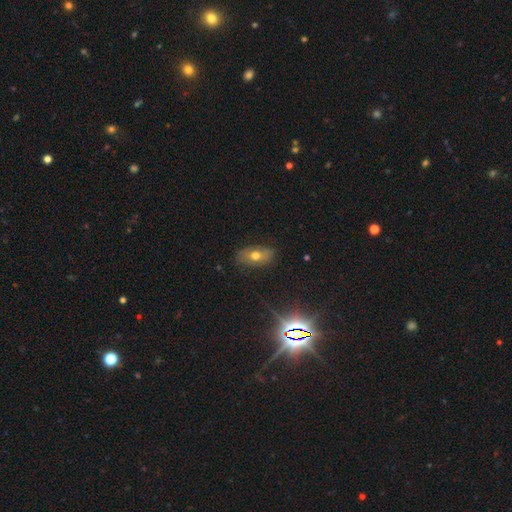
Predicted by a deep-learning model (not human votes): Smooth or featured? Predicted: smooth (p=0.59). How rounded? Predicted: in between (p=0.87). Merging? Predicted: none (p=0.81).